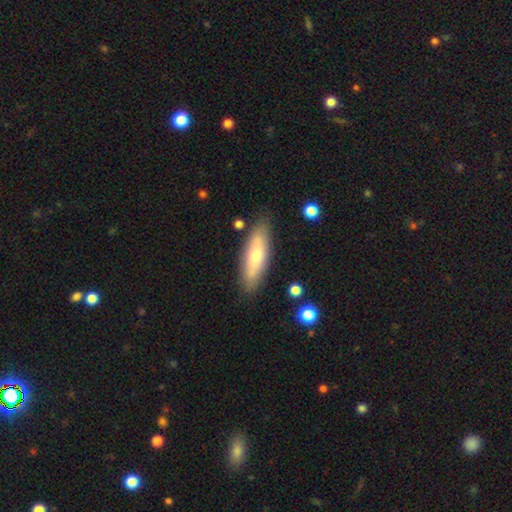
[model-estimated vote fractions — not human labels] Smooth or featured? smooth (66%)
How rounded? cigar-shaped (50%)
Merging? none (83%)